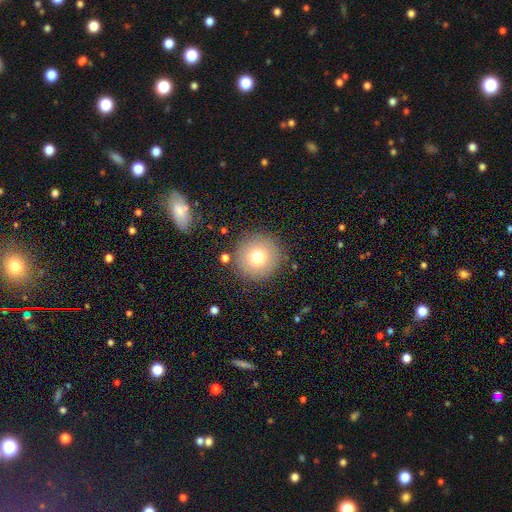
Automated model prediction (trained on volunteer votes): Smooth or featured? smooth (72%)
How rounded? round (94%)
Merging? none (88%)